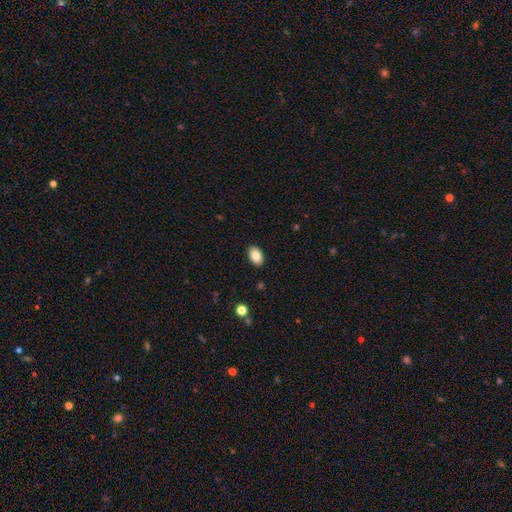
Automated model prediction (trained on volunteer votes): smooth_or_featured: smooth (p=0.84) [alt: featured or disk p=0.08]
how_rounded: in between (p=0.91) [alt: round p=0.07]
merging: none (p=0.89) [alt: minor disturbance p=0.08]